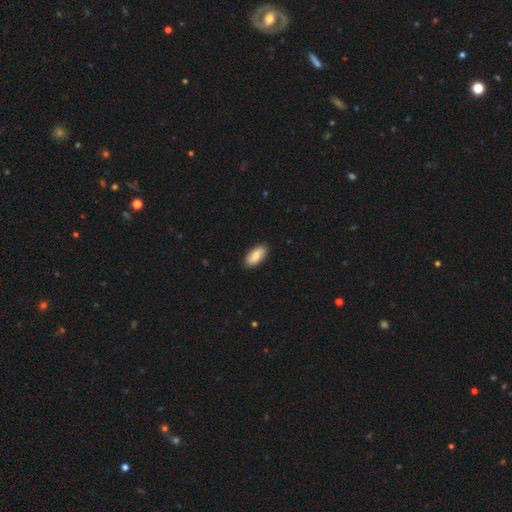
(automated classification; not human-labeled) The model was most divided on "smooth or featured": smooth: 79%, featured or disk: 16%, star or artifact: 6%. More confident: how rounded — in between (90%); merging — none (88%).